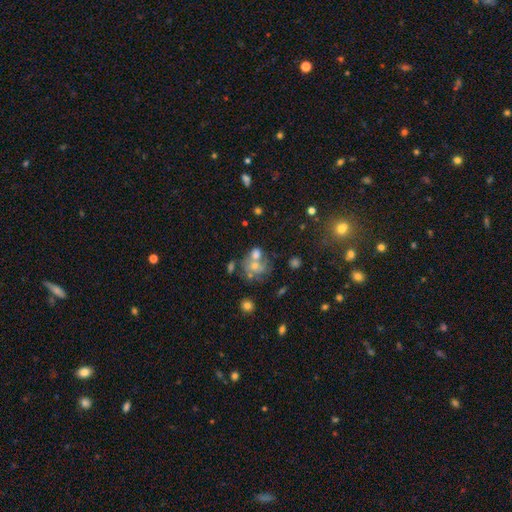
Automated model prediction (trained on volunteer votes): This appears to be a smooth galaxy with no disk features (53%) that is round (62%). Merging: merger (40%).